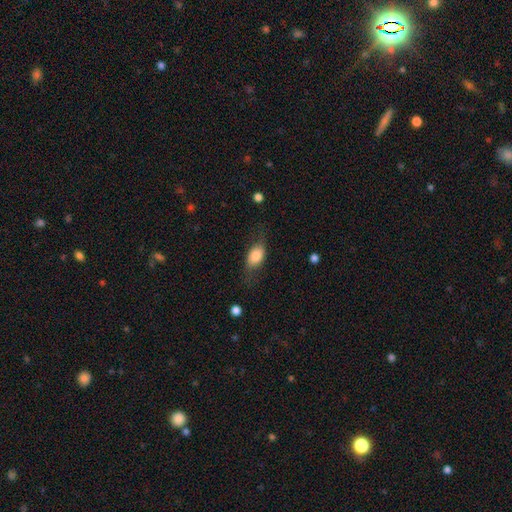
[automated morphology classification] A smooth galaxy with no disk features (75%) that is in between round and cigar-shaped (83%). Merging: none (62%).